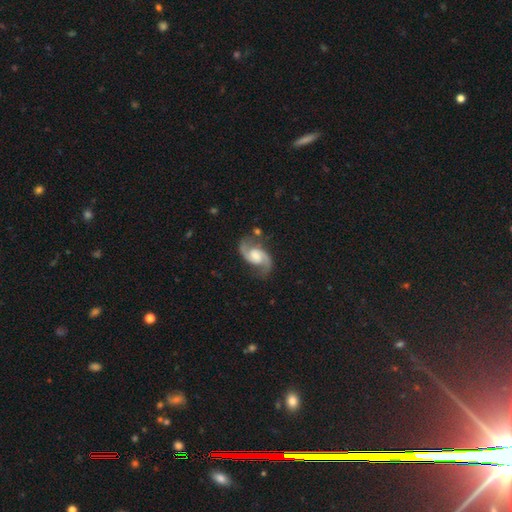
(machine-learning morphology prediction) smooth_or_featured: featured or disk (p=0.90) [alt: smooth p=0.06]
disk_edge_on: no (p=0.98) [alt: yes p=0.02]
bar: no (p=0.52) [alt: weak p=0.39]
has_spiral_arms: yes (p=0.98) [alt: no p=0.02]
spiral_winding: medium (p=0.53) [alt: loose p=0.33]
spiral_arm_count: 2 (p=0.94) [alt: can't tell p=0.02]
bulge_size: moderate (p=0.44) [alt: small p=0.24]
merging: none (p=0.76) [alt: minor disturbance p=0.15]